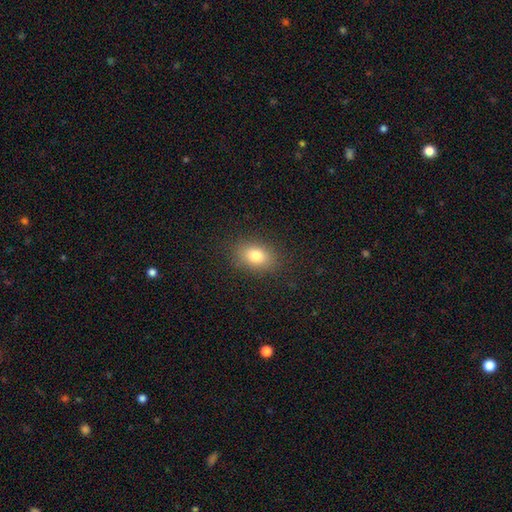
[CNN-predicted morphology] Q: Smooth or featured?
A: smooth (80%); runner-up: star or artifact (11%)
Q: How rounded?
A: in between (76%); runner-up: round (23%)
Q: Merging?
A: none (86%); runner-up: minor disturbance (10%)